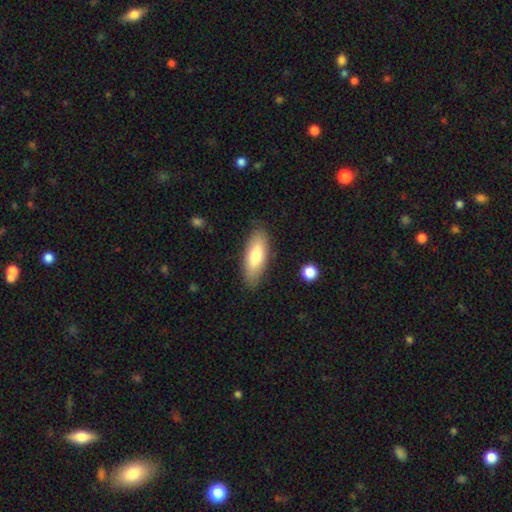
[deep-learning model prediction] Smooth or featured? Predicted: smooth (p=0.75). How rounded? Predicted: in between (p=0.71). Merging? Predicted: none (p=0.85).